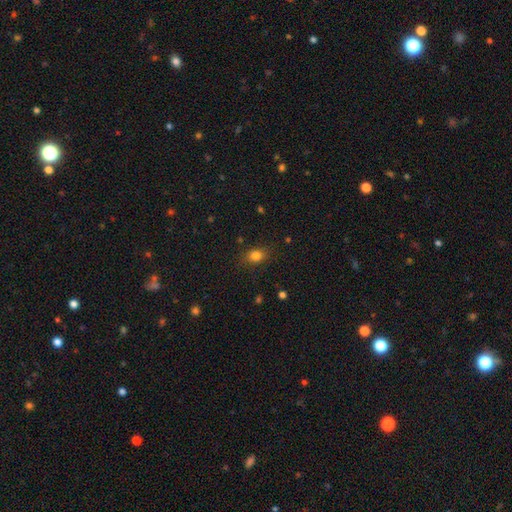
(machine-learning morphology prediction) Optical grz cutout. It shows a smooth galaxy with no disk features (81%) that is in between round and cigar-shaped (62%). Merging: none (83%).